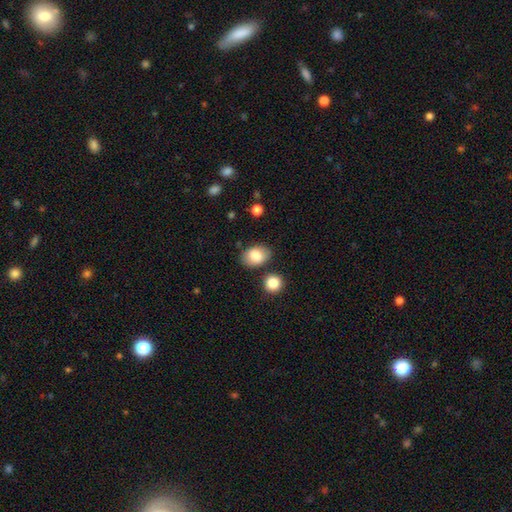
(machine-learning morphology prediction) smooth 83%, featured or disk 10%, star or artifact 7%. Down the decision tree: how rounded — in between (79%); merging — none (77%).